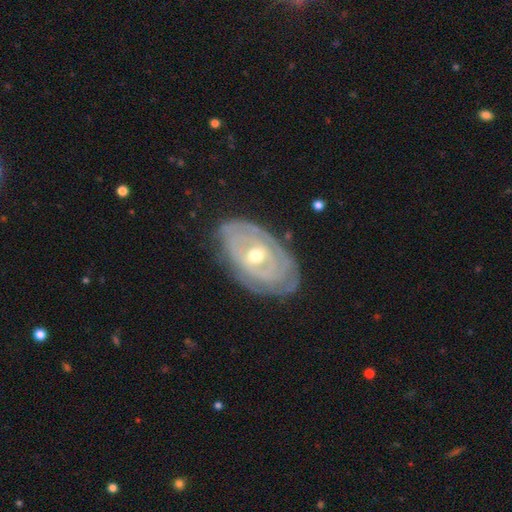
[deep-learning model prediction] This is likely a featured or disk galaxy (79%). It is clearly not viewed edge-on (93%). Bar: likely no (62%). Spiral arm pattern: likely yes (72%). Spiral arm count: possibly can't tell (52%). Spiral winding: likely tight (78%). Central bulge: likely moderate (65%). Merging: likely none (74%).